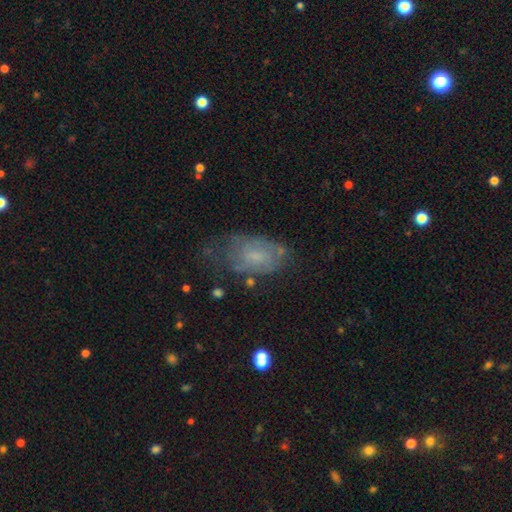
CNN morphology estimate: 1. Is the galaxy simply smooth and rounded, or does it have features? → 49% smooth, 41% featured or disk, 10% star or artifact.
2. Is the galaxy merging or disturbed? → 46% none, 30% minor disturbance, 20% major disturbance, 4% merger.